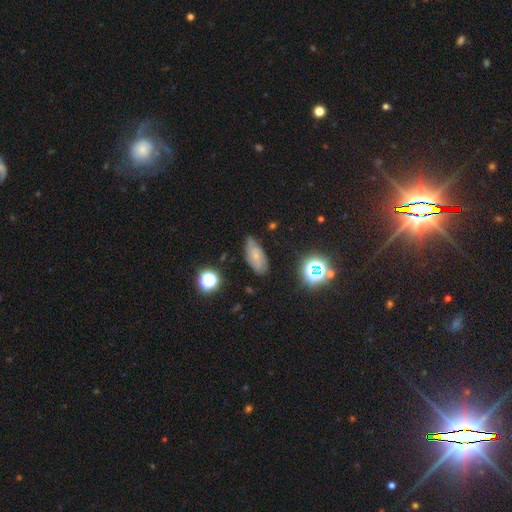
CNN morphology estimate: type=smooth (43%); merging=none (68%).